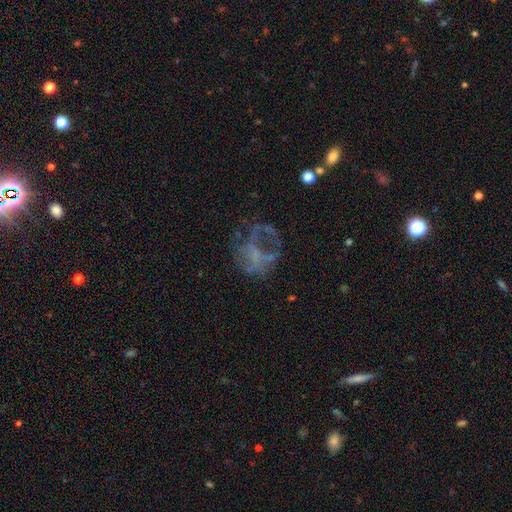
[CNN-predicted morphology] Smooth or featured: featured or disk — 55% (smooth — 24%)
Edge-on disk: no — 98% (yes — 2%)
Bar: no — 85% (weak — 12%)
Spiral arms: no — 81% (yes — 19%)
Bulge size: none — 72% (small — 15%)
Merging: major disturbance — 41% (none — 39%)